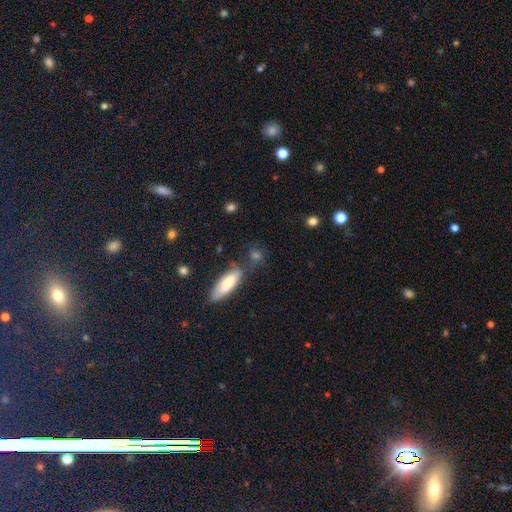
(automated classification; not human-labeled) Morphology: type=smooth (65%); roundness=in between (43%); merging=none (68%).